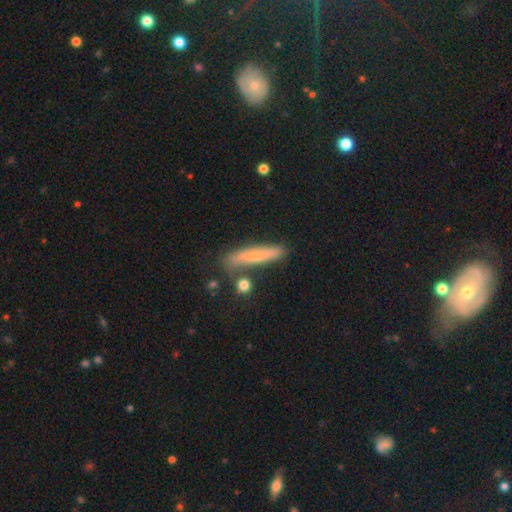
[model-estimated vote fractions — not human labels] Smooth or featured? Predicted: smooth (p=0.58). How rounded? Predicted: cigar-shaped (p=0.87). Merging? Predicted: none (p=0.73).